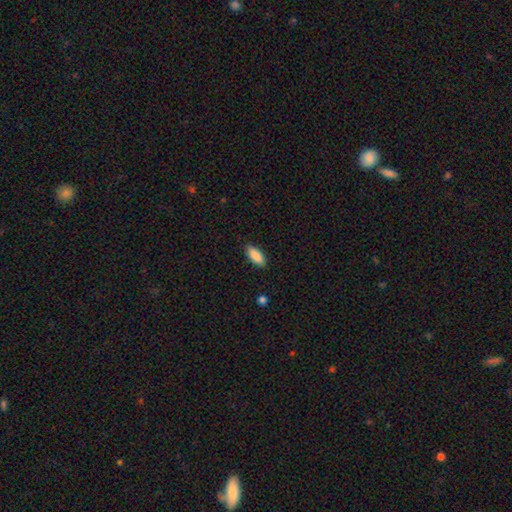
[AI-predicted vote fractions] Smooth or featured? smooth (89%)
How rounded? in between (80%)
Merging? none (89%)